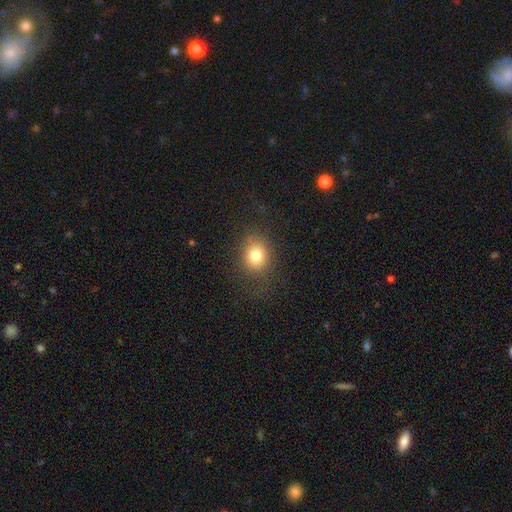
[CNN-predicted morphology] smooth 77%, star or artifact 13%, featured or disk 10%. Down the decision tree: how rounded — round (67%); merging — none (77%).